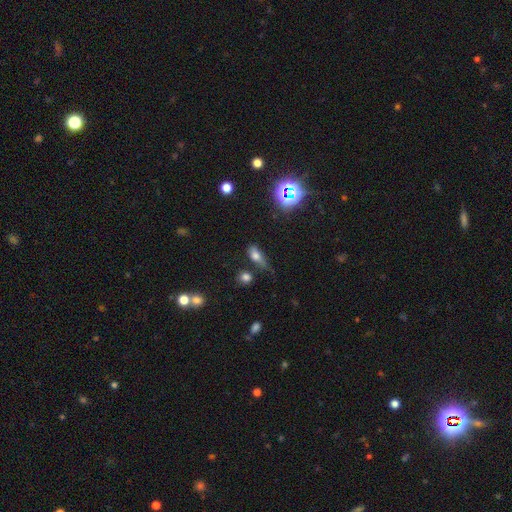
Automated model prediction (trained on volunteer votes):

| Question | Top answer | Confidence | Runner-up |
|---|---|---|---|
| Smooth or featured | smooth | 63% | featured or disk (19%) |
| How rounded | in between | 67% | cigar-shaped (23%) |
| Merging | none | 46% | minor disturbance (31%) |